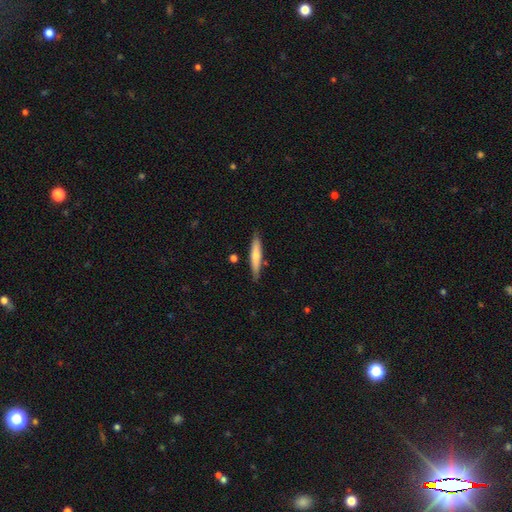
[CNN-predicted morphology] This appears to be a smooth galaxy with no disk features (66%) that is cigar-shaped (90%). Merging: none (84%).